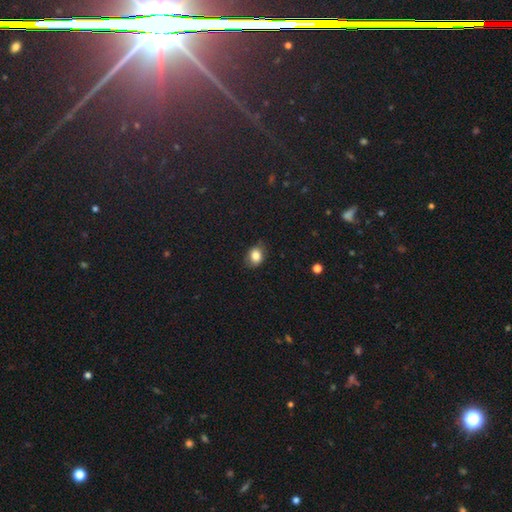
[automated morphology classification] Smooth or featured?
  - smooth: 83% *
  - star or artifact: 10%
  - featured or disk: 7%
How rounded?
  - in between: 58% *
  - round: 41%
  - cigar-shaped: 1%
Merging?
  - none: 78% *
  - minor disturbance: 17%
  - major disturbance: 4%
  - merger: 1%